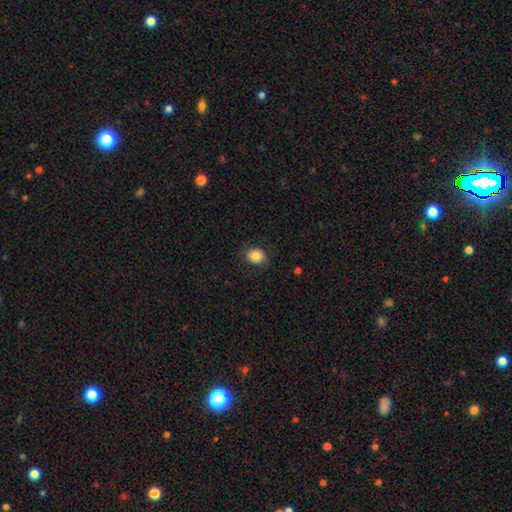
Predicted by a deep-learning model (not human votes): The model was most divided on "how rounded": round: 65%, in between: 34%, cigar-shaped: 1%. More confident: merging — none (83%); smooth or featured — smooth (83%).